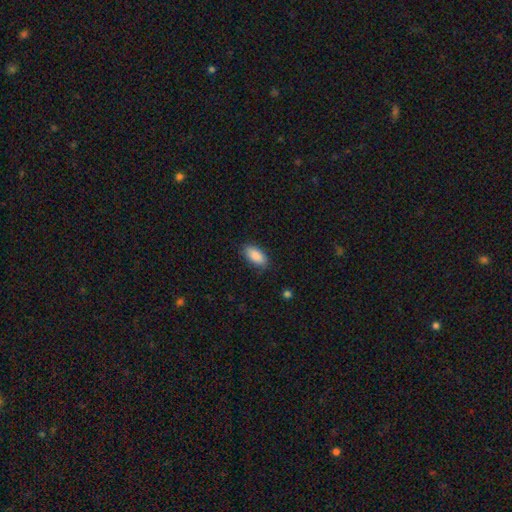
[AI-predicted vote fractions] Smooth or featured? Predicted: smooth (p=0.88). How rounded? Predicted: in between (p=0.91). Merging? Predicted: none (p=0.86).